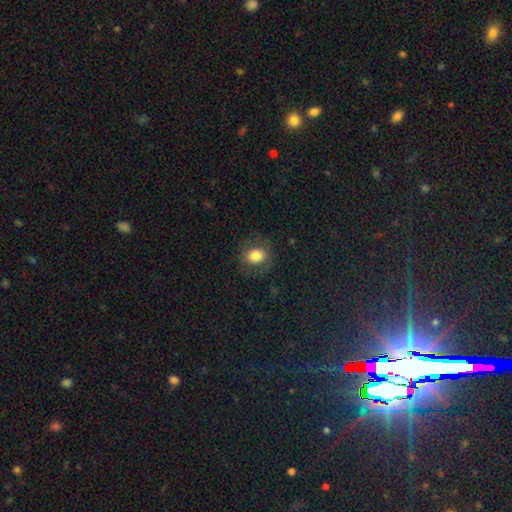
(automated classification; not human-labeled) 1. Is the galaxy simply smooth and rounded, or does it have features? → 80% smooth, 10% star or artifact, 10% featured or disk.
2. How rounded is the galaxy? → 66% round, 33% in between, 1% cigar-shaped.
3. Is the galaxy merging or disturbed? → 81% none, 13% minor disturbance, 6% major disturbance, 1% merger.